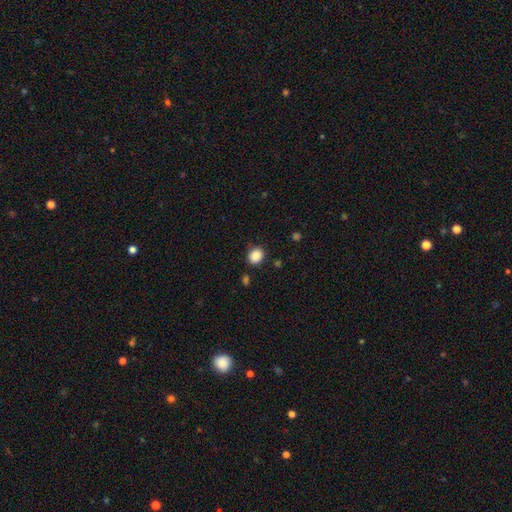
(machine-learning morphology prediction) Smooth or featured?
  - smooth: 88% *
  - star or artifact: 9%
  - featured or disk: 3%
How rounded?
  - round: 68% *
  - in between: 32%
  - cigar-shaped: 1%
Merging?
  - none: 85% *
  - minor disturbance: 10%
  - major disturbance: 3%
  - merger: 3%